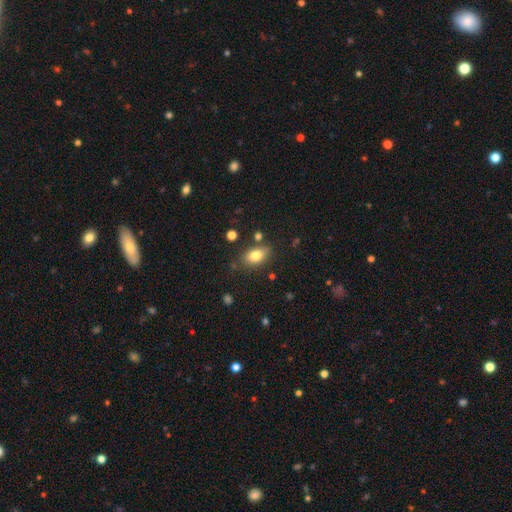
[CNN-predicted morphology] smooth-or-featured: smooth: 77% | featured or disk: 14% | star or artifact: 9%
  how-rounded: in between: 85% | round: 8% | cigar-shaped: 7%
  merging: none: 77% | minor disturbance: 14% | merger: 5% | major disturbance: 4%